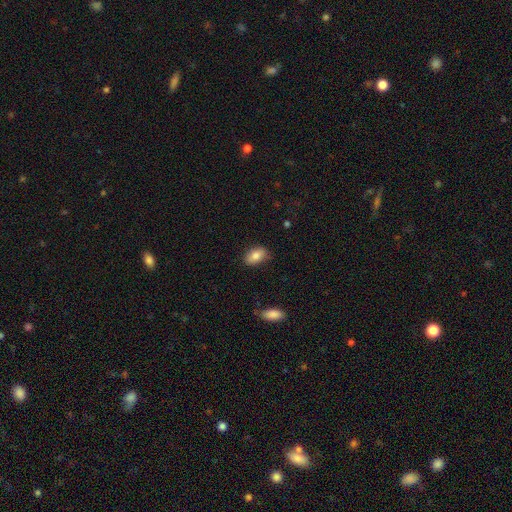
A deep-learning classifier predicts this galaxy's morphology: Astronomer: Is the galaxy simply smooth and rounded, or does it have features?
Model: smooth — 83%.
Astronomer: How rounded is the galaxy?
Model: in between — 90%.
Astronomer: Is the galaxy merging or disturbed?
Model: none — 82%.